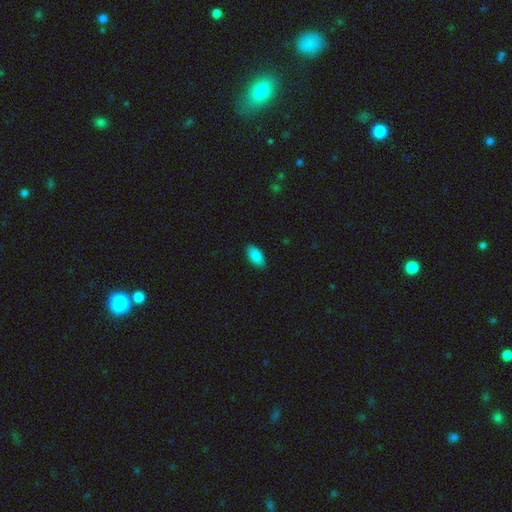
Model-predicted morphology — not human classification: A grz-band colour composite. It shows a smooth galaxy with no disk features (90%) that is in between round and cigar-shaped (93%). Merging: none (87%).